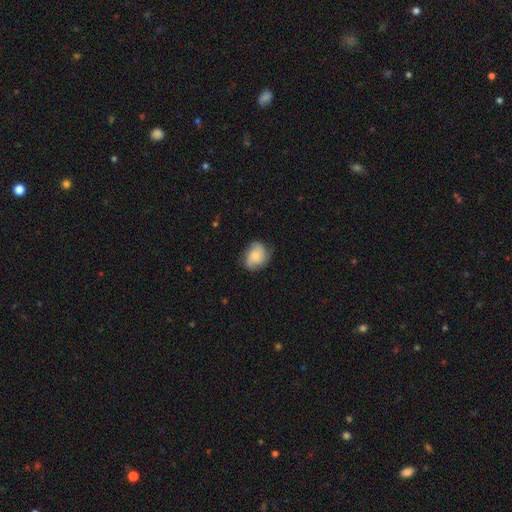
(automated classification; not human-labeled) Q: Smooth or featured?
A: smooth (50%); runner-up: featured or disk (42%)
Q: How rounded?
A: in between (52%); runner-up: round (47%)
Q: Merging?
A: none (71%); runner-up: minor disturbance (22%)